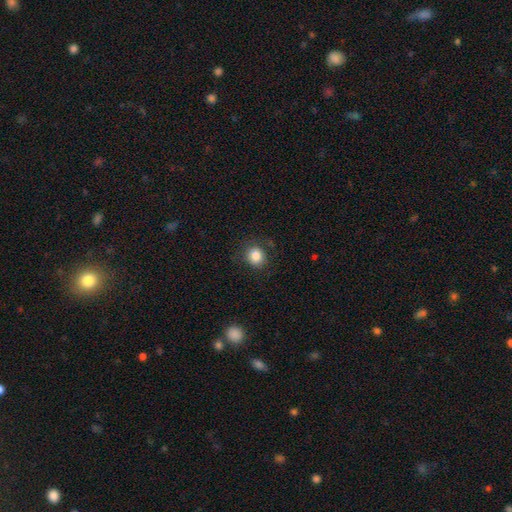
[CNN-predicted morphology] Smooth or featured? smooth (84%)
How rounded? round (82%)
Merging? none (83%)